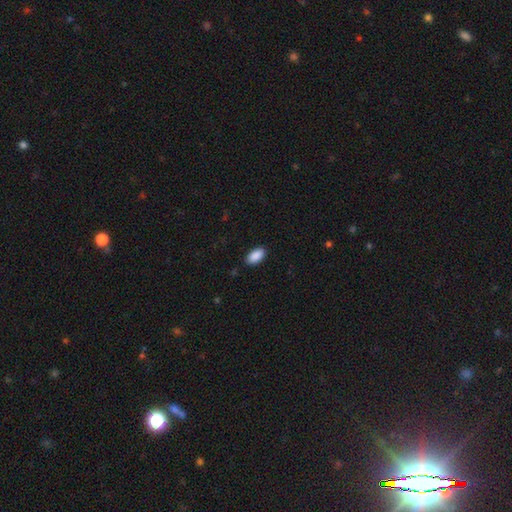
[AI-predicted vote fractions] smooth 91%, star or artifact 7%, featured or disk 3%. Down the decision tree: how rounded — in between (94%); merging — none (88%).